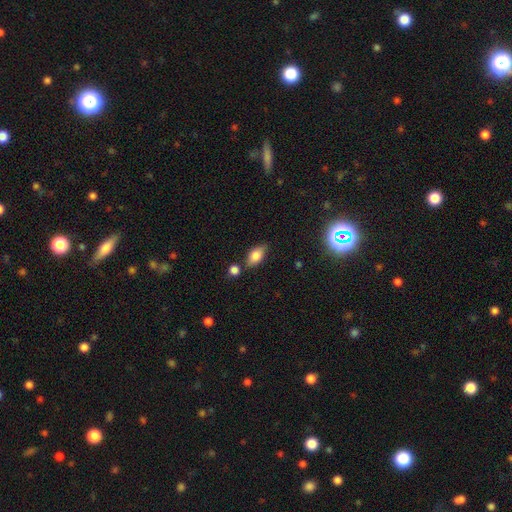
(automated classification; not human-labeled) Smooth or featured: smooth — 77% (featured or disk — 14%)
How rounded: in between — 87% (cigar-shaped — 7%)
Merging: none — 72% (minor disturbance — 16%)